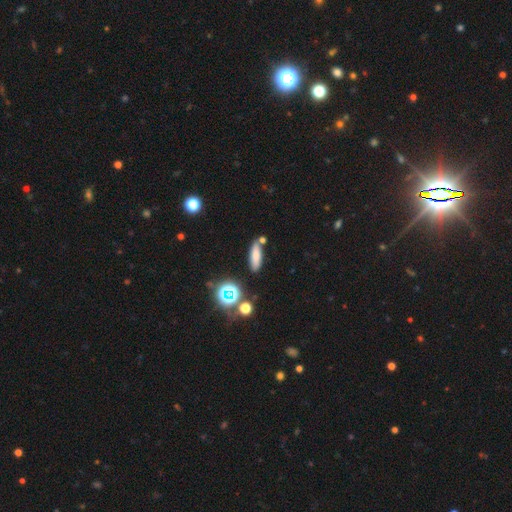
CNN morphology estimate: This is likely a smooth galaxy (71%). How rounded: possibly in between (49%). Merging: likely none (74%).